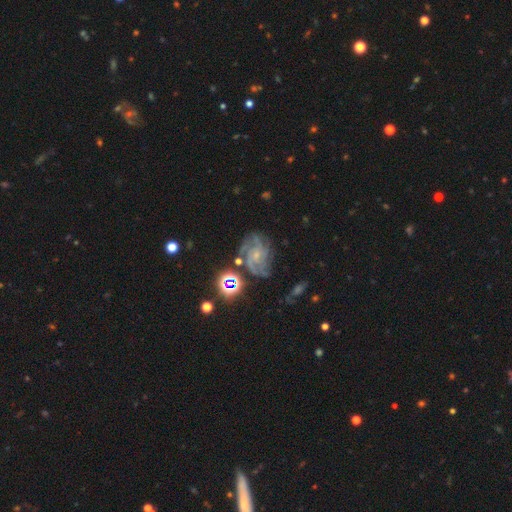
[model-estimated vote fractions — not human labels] A featured or disk galaxy (77%) with no bar (67%), 3 (32%) tight (47%) spiral arms (95%) and a small central bulge (73%).

Vote fractions:
- Smooth or featured? featured or disk: 77% / star or artifact: 14% / smooth: 10%
- Edge-on disk? no: 97% / yes: 3%
- Bar? no: 67% / weak: 27% / strong: 6%
- Spiral arms? yes: 95% / no: 5%
- Spiral winding? tight: 47% / medium: 42% / loose: 11%
- Spiral arm count? 3: 32% / can't tell: 22% / 2: 18% / 4: 15% / more than 4: 7% / 1: 6%
- Bulge size? small: 73% / moderate: 18% / none: 7% / large: 1% / dominant: 1%
- Merging? none: 62% / minor disturbance: 20% / major disturbance: 13% / merger: 5%